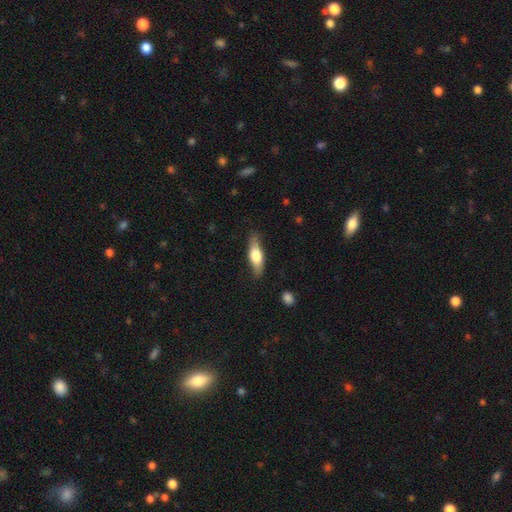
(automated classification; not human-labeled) This appears to be a smooth galaxy with no disk features (57%) that is cigar-shaped (50%). Merging: none (82%).